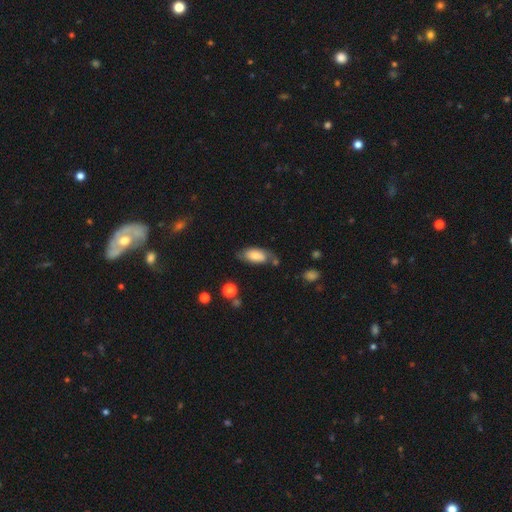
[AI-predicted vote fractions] The model was most divided on "merging": none: 59%, minor disturbance: 25%, major disturbance: 9%, merger: 7%. More confident: how rounded — in between (88%); smooth or featured — smooth (64%).